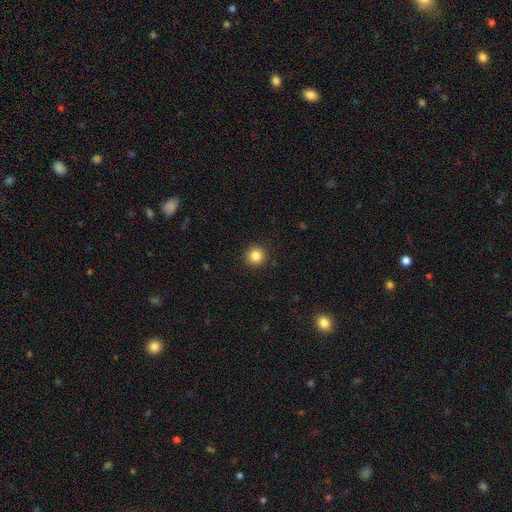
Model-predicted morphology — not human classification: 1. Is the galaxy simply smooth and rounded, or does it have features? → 85% smooth, 11% star or artifact, 4% featured or disk.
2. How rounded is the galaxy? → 95% round, 4% in between, 1% cigar-shaped.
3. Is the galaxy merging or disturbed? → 92% none, 5% minor disturbance, 2% major disturbance, 1% merger.